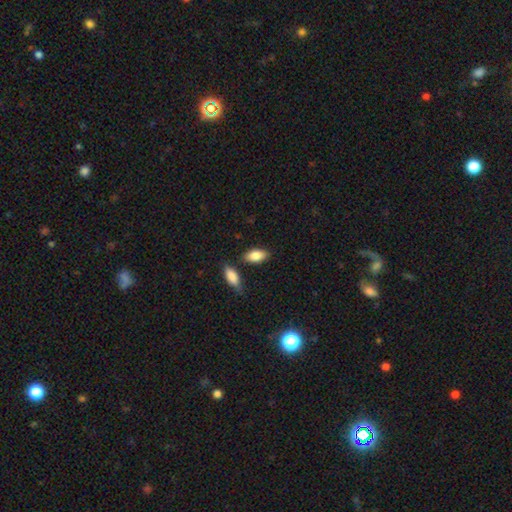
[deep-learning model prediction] Smooth or featured? Predicted: smooth (p=0.84). How rounded? Predicted: in between (p=0.90). Merging? Predicted: none (p=0.77).